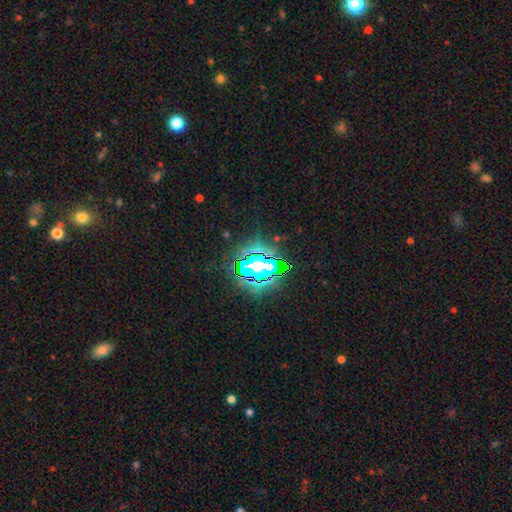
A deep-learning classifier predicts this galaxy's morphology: This appears to be a star or artifact, not a galaxy (82%).